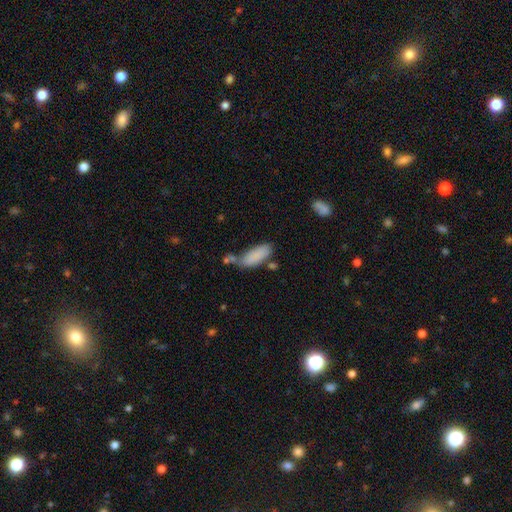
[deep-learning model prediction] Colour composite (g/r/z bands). It shows a smooth galaxy with no disk features (84%) that is in between round and cigar-shaped (77%). Merging: none (49%).